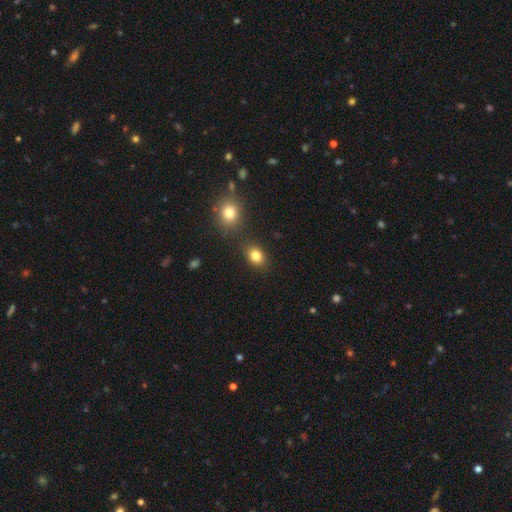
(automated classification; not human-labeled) smooth_or_featured: smooth (p=0.83) [alt: star or artifact p=0.10]
how_rounded: in between (p=0.61) [alt: round p=0.37]
merging: none (p=0.80) [alt: minor disturbance p=0.10]